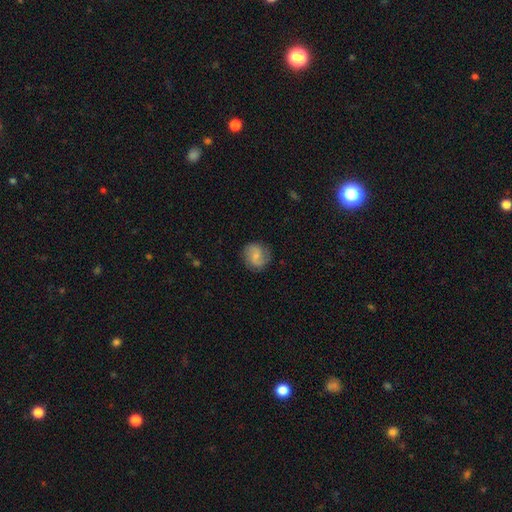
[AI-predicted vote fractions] A smooth galaxy with no disk features (47%).

Vote fractions:
- Smooth or featured? smooth: 47% / featured or disk: 45% / star or artifact: 8%
- Merging? none: 79% / minor disturbance: 15% / major disturbance: 5% / merger: 1%